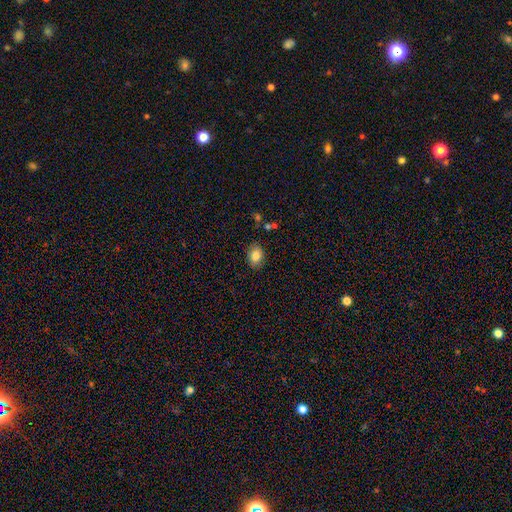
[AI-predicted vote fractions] Overall: smooth (84%). How rounded: in between (73%). Merging: none (85%).